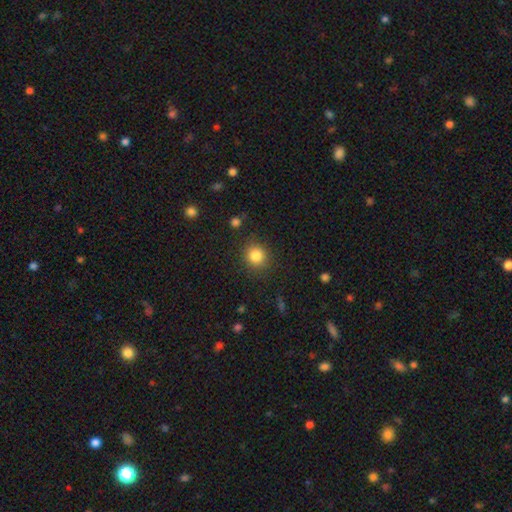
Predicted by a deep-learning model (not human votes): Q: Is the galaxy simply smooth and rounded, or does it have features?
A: smooth — 85%.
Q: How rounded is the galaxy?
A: round — 87%.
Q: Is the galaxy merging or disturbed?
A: none — 87%.